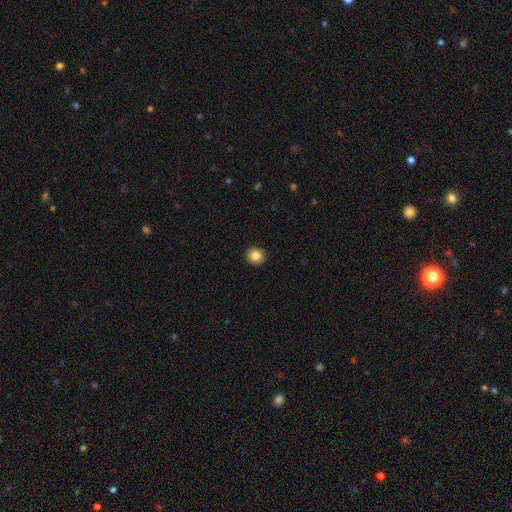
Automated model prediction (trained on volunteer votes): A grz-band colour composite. It shows a smooth galaxy with no disk features (84%) that is round (92%). Merging: none (93%).